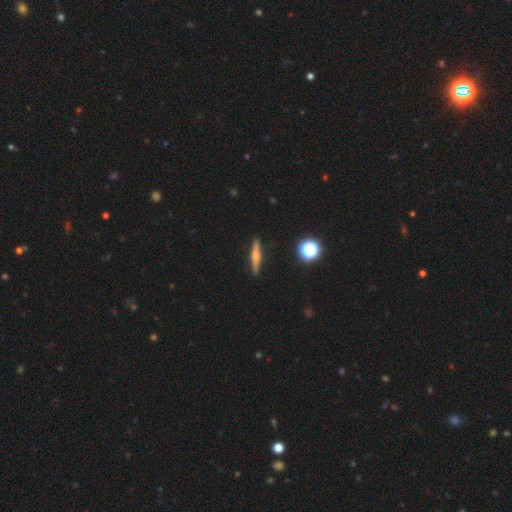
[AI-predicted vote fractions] This appears to be a featured or disk galaxy (52%) viewed edge-on (97%) with a rounded central bulge (79%). Merging: none (91%).